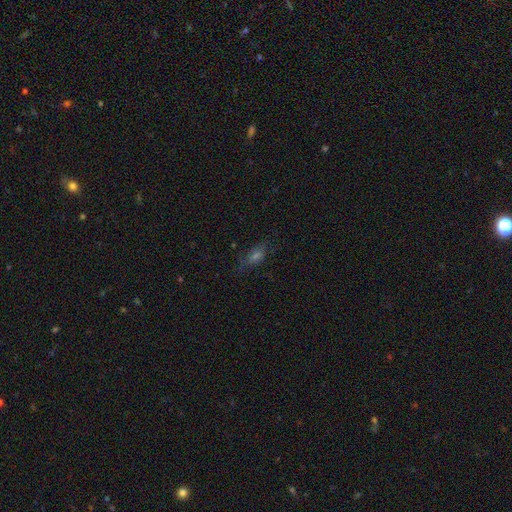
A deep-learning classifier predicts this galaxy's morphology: Smooth or featured?
  - smooth: 41% *
  - star or artifact: 30%
  - featured or disk: 29%
Merging?
  - none: 71% *
  - minor disturbance: 18%
  - major disturbance: 10%
  - merger: 2%